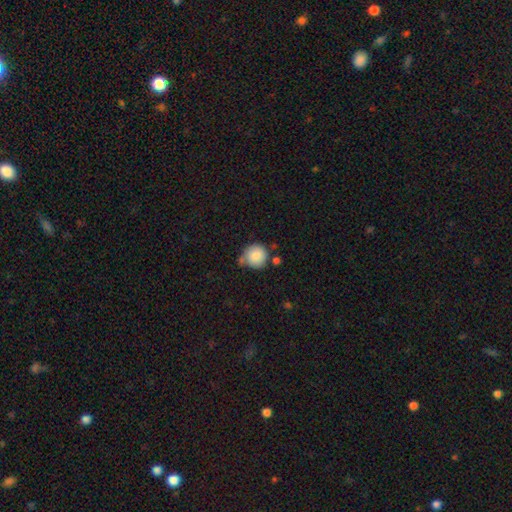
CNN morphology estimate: type=smooth (85%); roundness=round (91%); merging=none (55%).